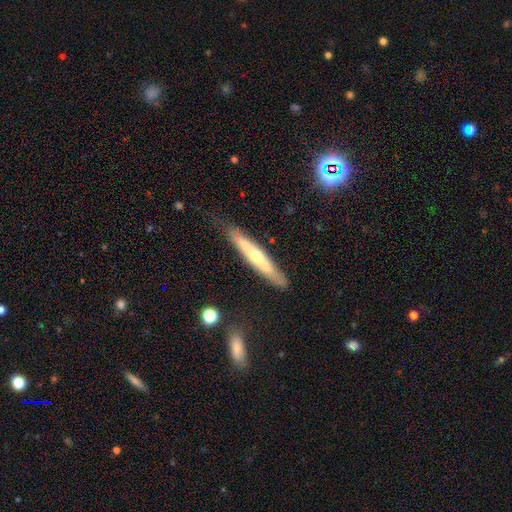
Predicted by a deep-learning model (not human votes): Smooth or featured? Predicted: featured or disk (p=0.53). Edge-on disk? Predicted: yes (p=0.82). Merging? Predicted: none (p=0.75).